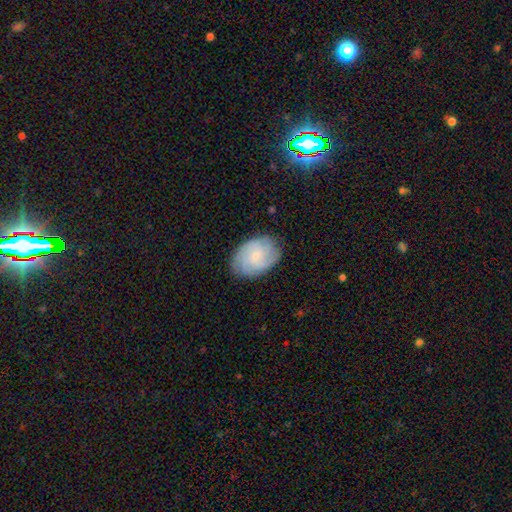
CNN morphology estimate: featured or disk 56%, smooth 36%, star or artifact 8%. Down the decision tree: edge-on disk — no (97%); bar — no (73%); spiral arms — yes (92%); bulge size — small (66%); merging — none (79%).